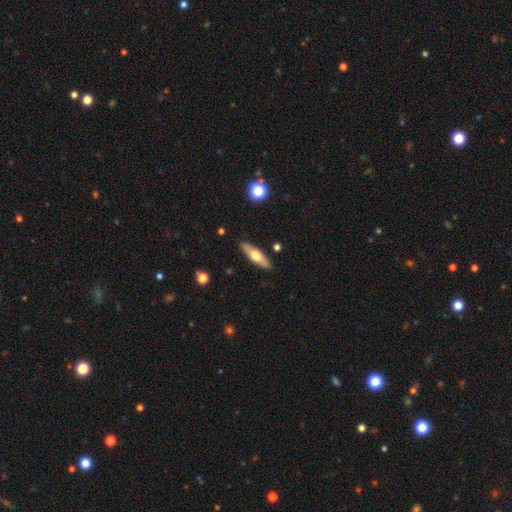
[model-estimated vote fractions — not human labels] The model was most divided on "smooth or featured": smooth: 52%, featured or disk: 42%, star or artifact: 6%. More confident: merging — none (88%); how rounded — cigar-shaped (55%).